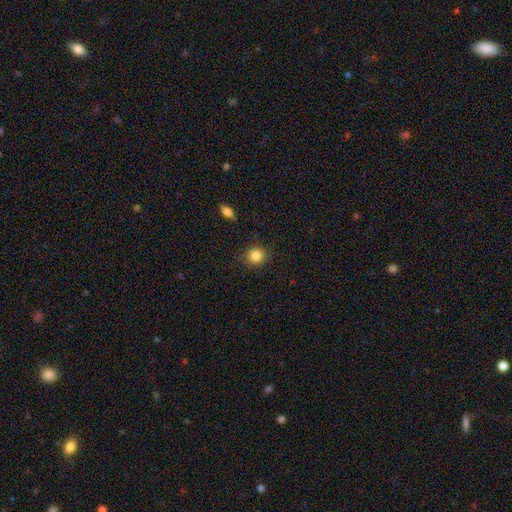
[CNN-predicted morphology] Q: Smooth or featured?
A: smooth (85%); runner-up: star or artifact (10%)
Q: How rounded?
A: round (87%); runner-up: in between (12%)
Q: Merging?
A: none (87%); runner-up: minor disturbance (9%)